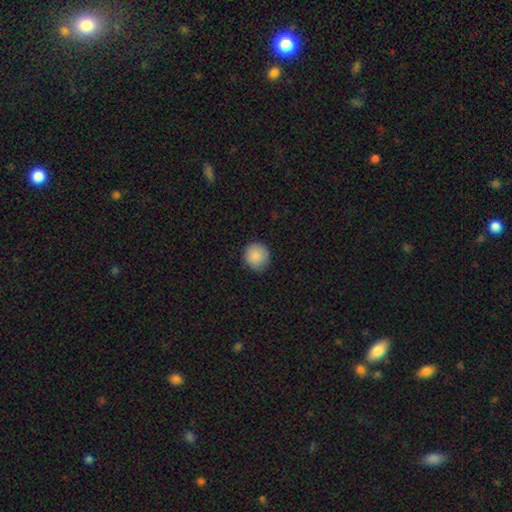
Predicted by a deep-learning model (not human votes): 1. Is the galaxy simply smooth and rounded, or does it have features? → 88% smooth, 8% star or artifact, 5% featured or disk.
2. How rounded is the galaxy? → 94% round, 6% in between, 1% cigar-shaped.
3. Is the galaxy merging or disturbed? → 88% none, 10% minor disturbance, 2% major disturbance, 1% merger.